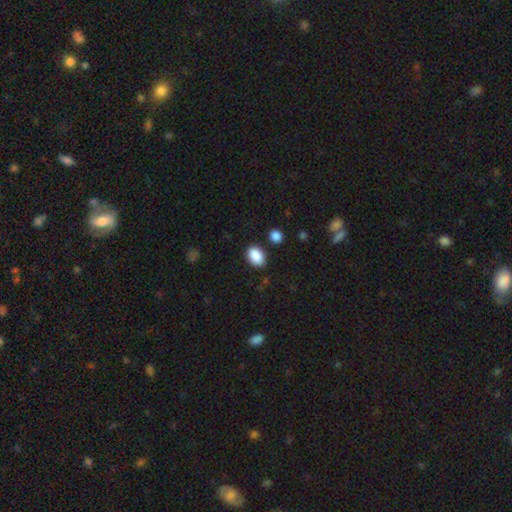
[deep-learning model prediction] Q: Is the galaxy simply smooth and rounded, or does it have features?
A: smooth — 89%.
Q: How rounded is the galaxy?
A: in between — 78%.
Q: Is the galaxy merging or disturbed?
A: none — 83%.